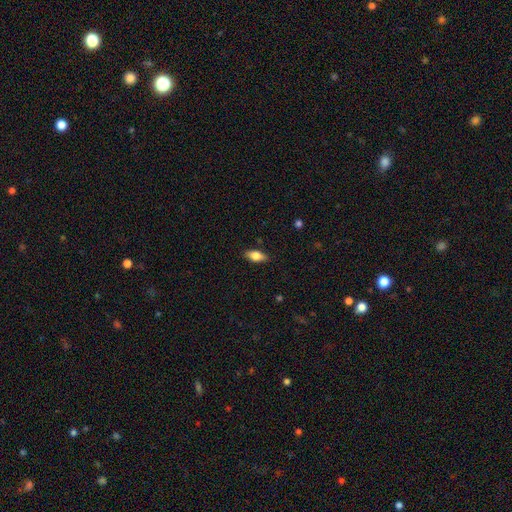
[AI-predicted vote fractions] Morphology: type=smooth (71%); roundness=in between (82%); merging=none (86%).